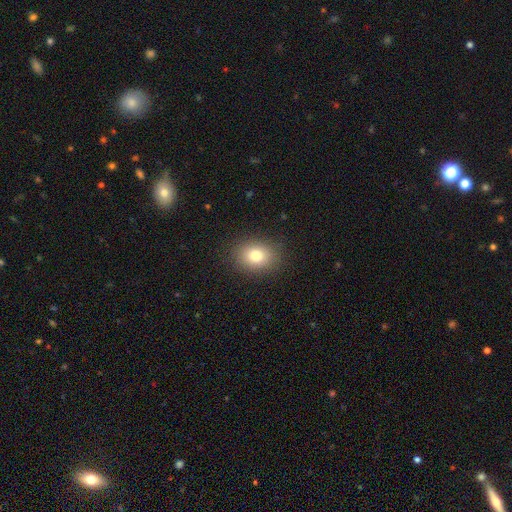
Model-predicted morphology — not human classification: Smooth or featured? Predicted: smooth (p=0.79). How rounded? Predicted: in between (p=0.57). Merging? Predicted: none (p=0.88).